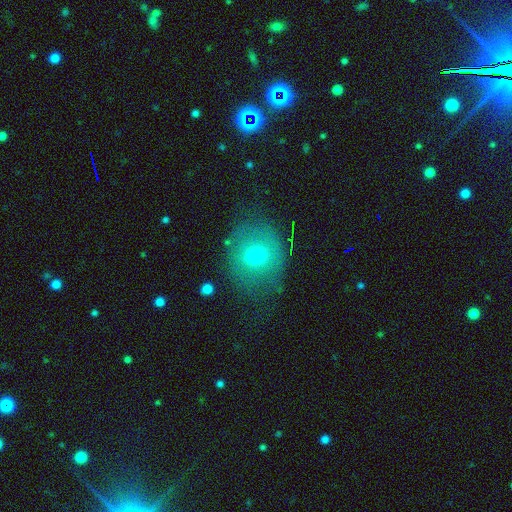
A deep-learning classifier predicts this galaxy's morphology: A smooth galaxy with no disk features (49%).

Vote fractions:
- Smooth or featured? smooth: 49% / featured or disk: 25% / star or artifact: 25%
- Merging? none: 71% / minor disturbance: 18% / major disturbance: 9% / merger: 2%